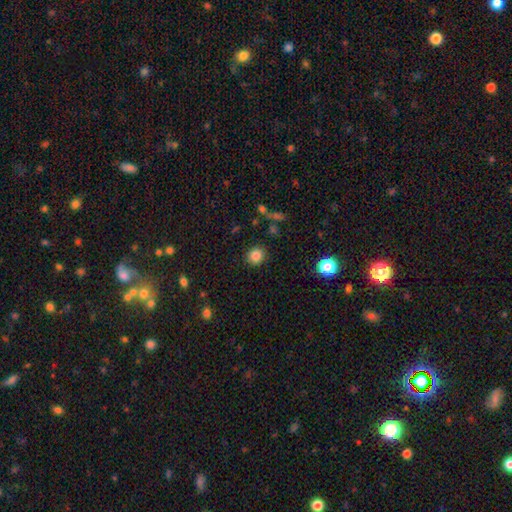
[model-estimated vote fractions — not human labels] Smooth or featured? smooth (83%)
How rounded? round (86%)
Merging? none (89%)